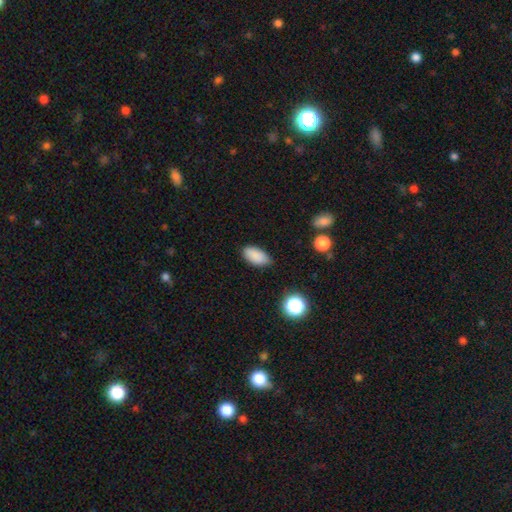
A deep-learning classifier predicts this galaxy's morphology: type=smooth (87%); roundness=in between (93%); merging=none (83%).